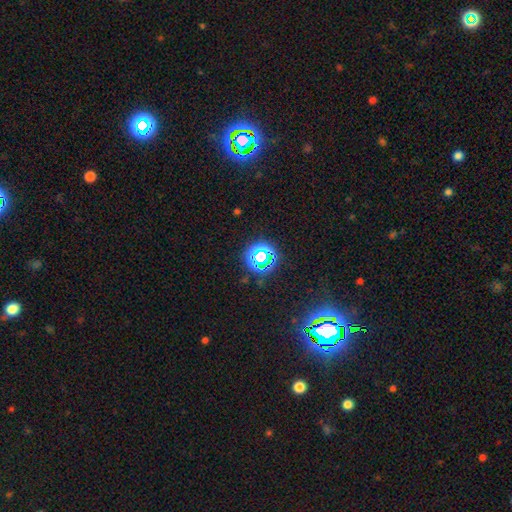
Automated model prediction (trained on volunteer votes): Smooth or featured: star or artifact — 67% (smooth — 23%)